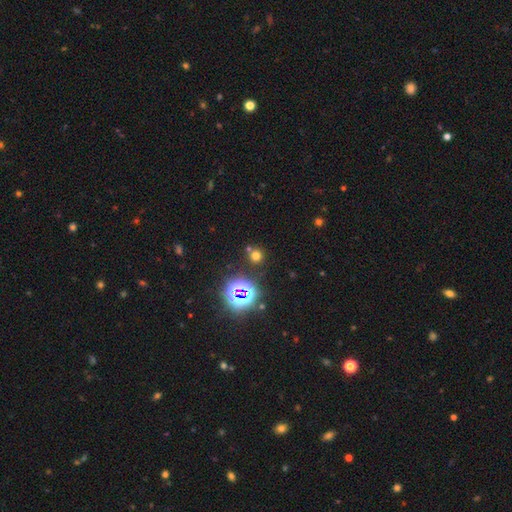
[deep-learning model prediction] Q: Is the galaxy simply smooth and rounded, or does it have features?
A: smooth — 59%.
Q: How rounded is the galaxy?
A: round — 89%.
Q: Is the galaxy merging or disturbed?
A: none — 73%.